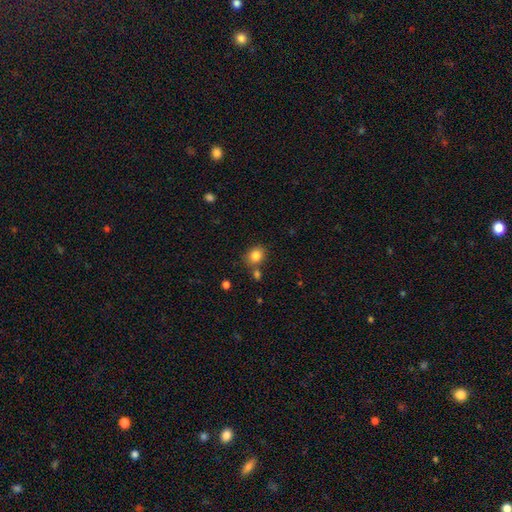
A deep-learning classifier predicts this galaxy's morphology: The model was most divided on "how rounded": round: 66%, in between: 33%, cigar-shaped: 1%. More confident: smooth or featured — smooth (84%); merging — none (71%).